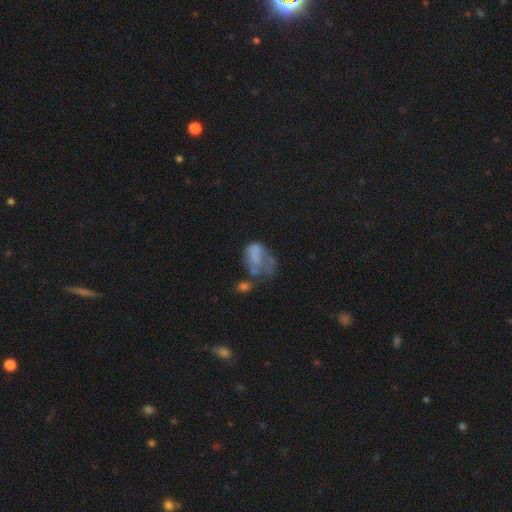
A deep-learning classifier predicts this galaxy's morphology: Smooth or featured? Predicted: smooth (p=0.51). How rounded? Predicted: in between (p=0.81). Merging? Predicted: major disturbance (p=0.38).